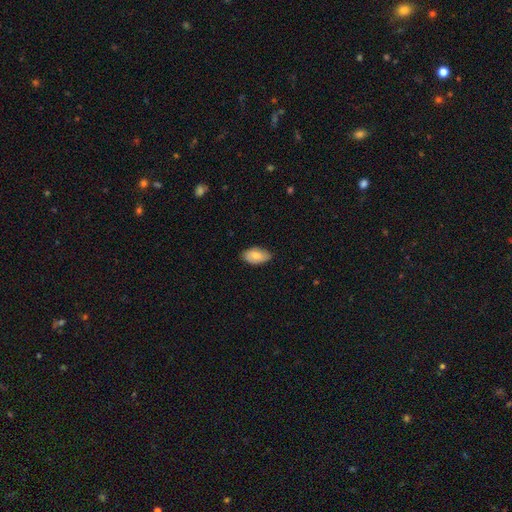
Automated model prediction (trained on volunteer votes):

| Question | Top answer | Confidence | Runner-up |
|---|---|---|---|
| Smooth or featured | smooth | 79% | featured or disk (15%) |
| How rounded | in between | 94% | round (3%) |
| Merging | none | 81% | minor disturbance (16%) |